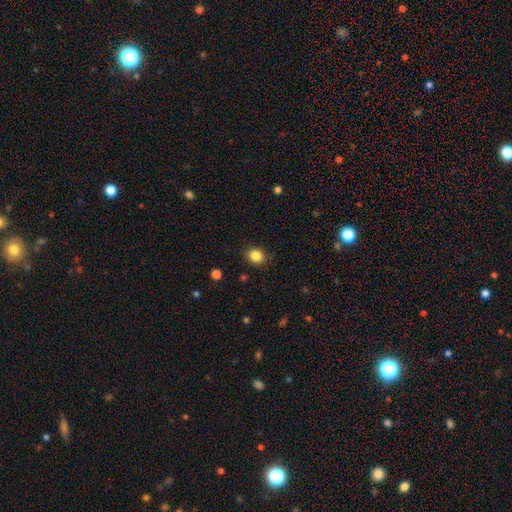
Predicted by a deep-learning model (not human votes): Morphology: type=smooth (85%); roundness=round (70%); merging=none (87%).